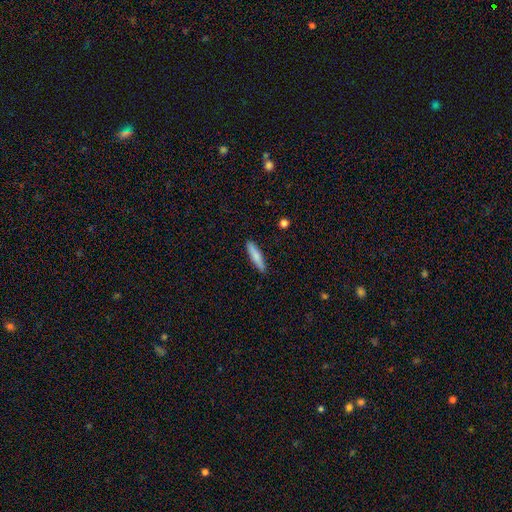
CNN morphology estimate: Overall: smooth (77%). How rounded: cigar-shaped (84%). Merging: none (89%).